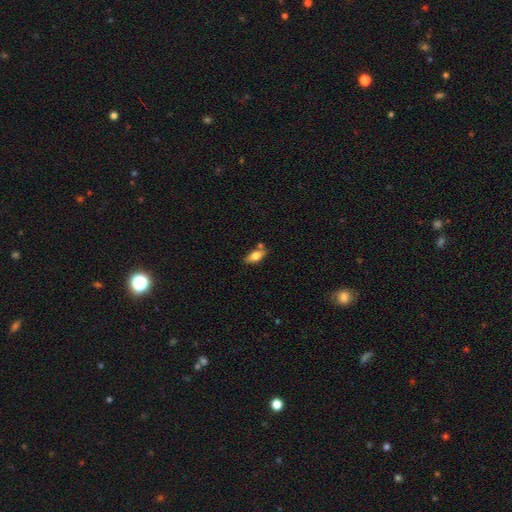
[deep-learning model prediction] smooth 68%, featured or disk 25%, star or artifact 7%. Down the decision tree: how rounded — in between (80%); merging — none (72%).